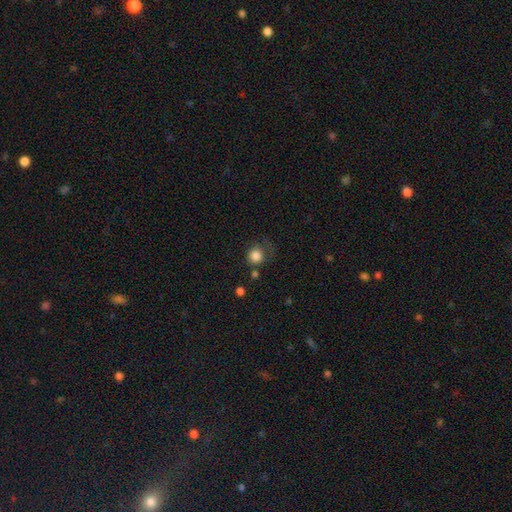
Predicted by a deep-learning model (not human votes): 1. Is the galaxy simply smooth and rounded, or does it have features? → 84% smooth, 10% star or artifact, 6% featured or disk.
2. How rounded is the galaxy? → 90% round, 9% in between, 1% cigar-shaped.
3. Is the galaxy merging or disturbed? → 61% none, 19% minor disturbance, 14% major disturbance, 6% merger.